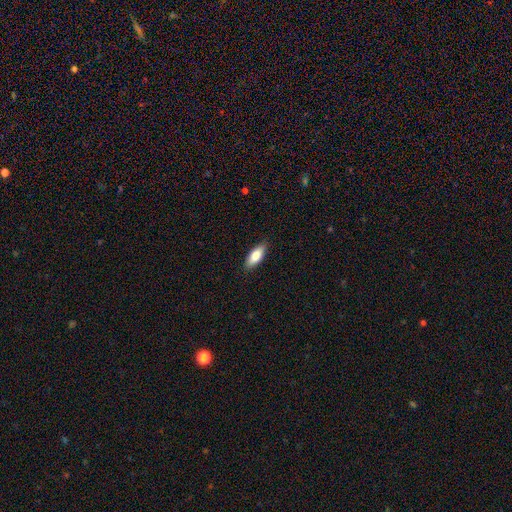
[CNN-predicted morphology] Smooth or featured? Predicted: smooth (p=0.78). How rounded? Predicted: in between (p=0.76). Merging? Predicted: none (p=0.88).